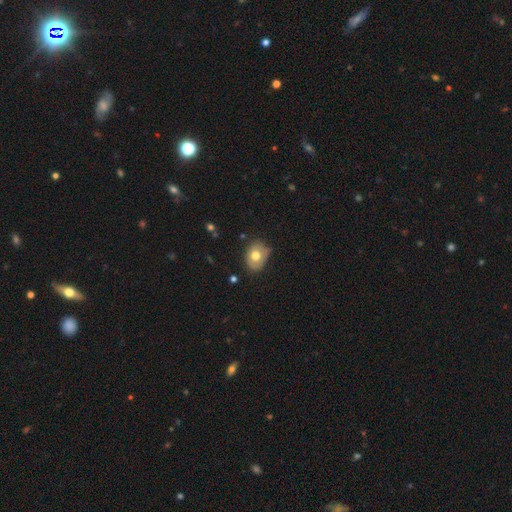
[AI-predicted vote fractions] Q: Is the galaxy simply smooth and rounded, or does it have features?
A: smooth — 69%.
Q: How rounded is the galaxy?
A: in between — 64%.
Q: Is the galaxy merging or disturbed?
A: none — 61%.